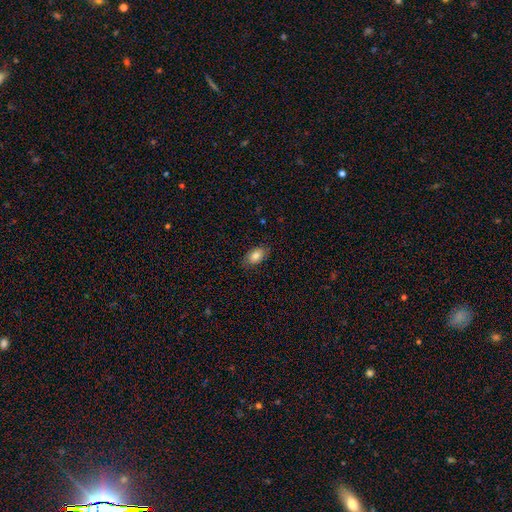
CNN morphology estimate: A smooth galaxy with no disk features (82%) that is in between round and cigar-shaped (92%). Merging: none (84%).